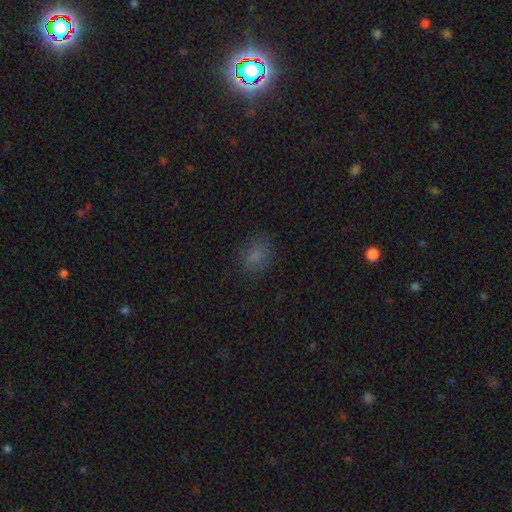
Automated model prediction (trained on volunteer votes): smooth-or-featured: smooth: 76% | star or artifact: 16% | featured or disk: 8%
  how-rounded: in between: 56% | round: 42% | cigar-shaped: 1%
  merging: none: 79% | minor disturbance: 15% | major disturbance: 5% | merger: 1%